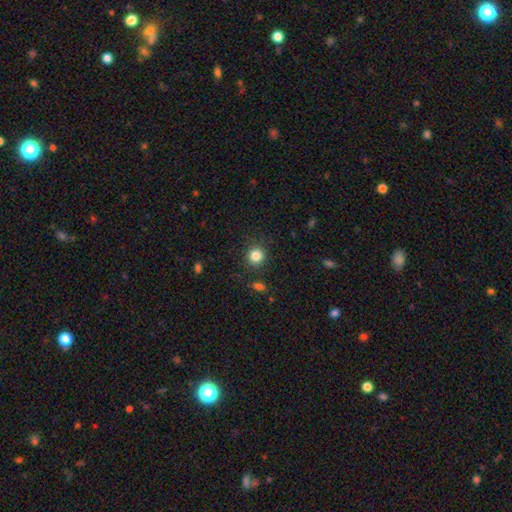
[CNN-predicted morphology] This appears to be a smooth galaxy with no disk features (83%) that is round (92%). Merging: none (88%).